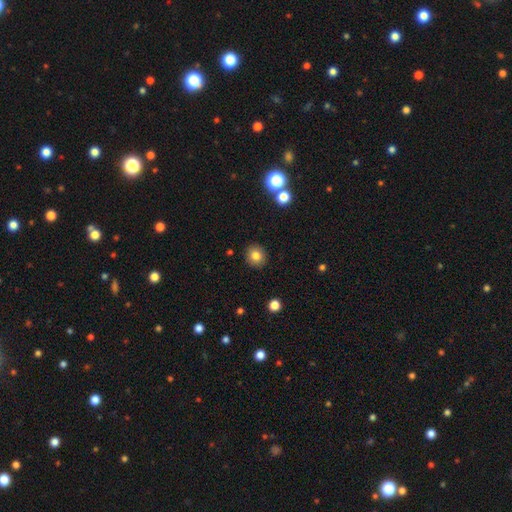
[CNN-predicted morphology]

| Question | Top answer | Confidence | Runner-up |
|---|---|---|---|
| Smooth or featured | smooth | 82% | star or artifact (11%) |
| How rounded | round | 88% | in between (11%) |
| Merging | none | 91% | minor disturbance (6%) |